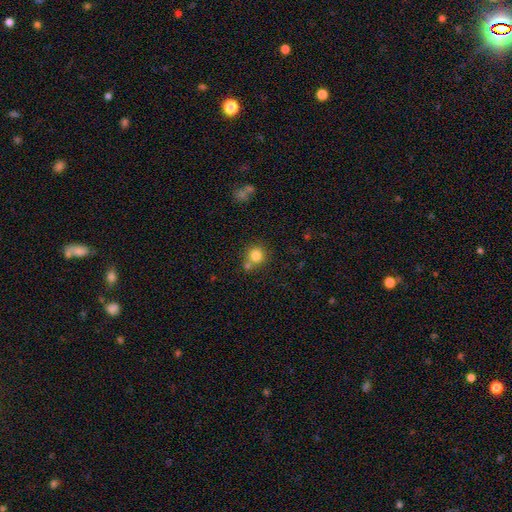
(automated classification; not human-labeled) smooth_or_featured: smooth (p=0.82) [alt: star or artifact p=0.11]
how_rounded: round (p=0.89) [alt: in between p=0.10]
merging: none (p=0.61) [alt: merger p=0.26]